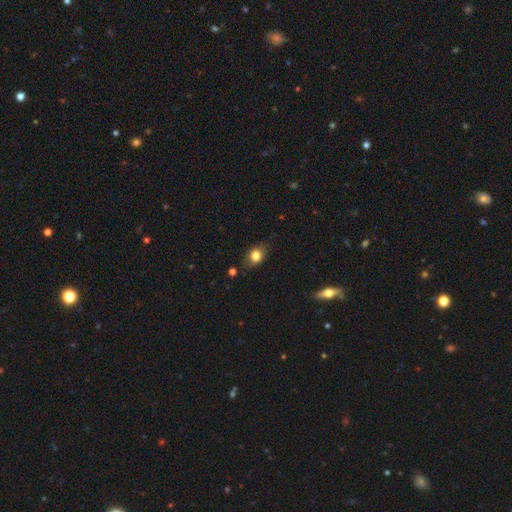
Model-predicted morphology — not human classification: This is likely a smooth galaxy (80%). How rounded: likely in between (63%). Merging: likely none (76%).